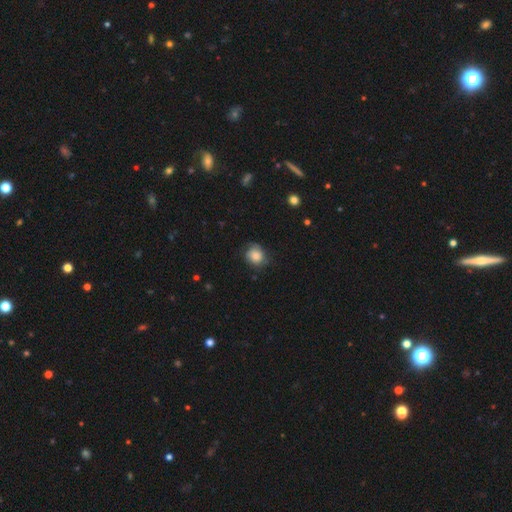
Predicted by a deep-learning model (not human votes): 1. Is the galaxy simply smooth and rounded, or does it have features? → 76% smooth, 15% featured or disk, 9% star or artifact.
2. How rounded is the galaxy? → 78% round, 22% in between, 1% cigar-shaped.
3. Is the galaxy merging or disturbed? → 67% none, 25% minor disturbance, 7% major disturbance, 1% merger.